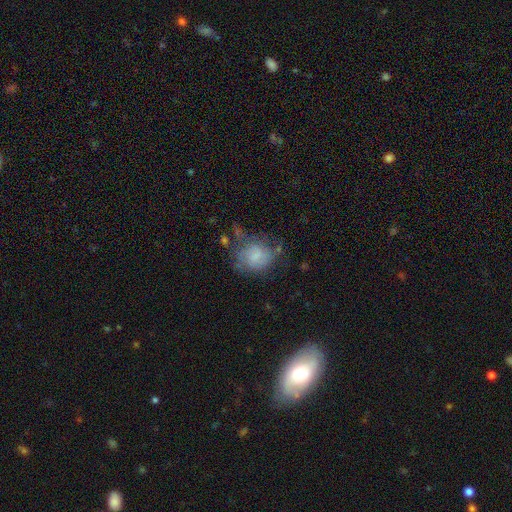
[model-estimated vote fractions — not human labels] Smooth or featured? smooth (47%)
Merging? none (44%)